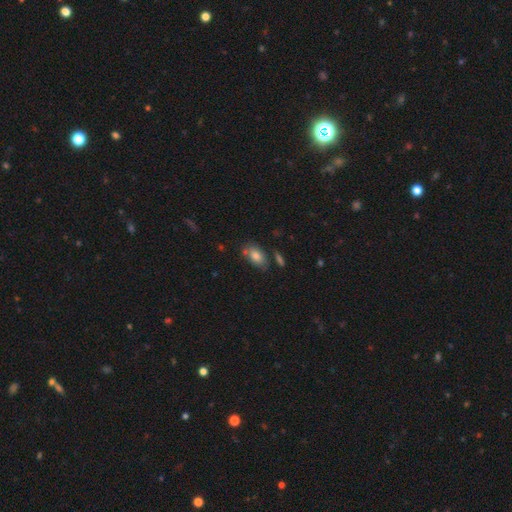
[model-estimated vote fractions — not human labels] The model was most divided on "merging": none: 63%, minor disturbance: 19%, merger: 12%, major disturbance: 5%. More confident: how rounded — in between (90%); smooth or featured — smooth (78%).